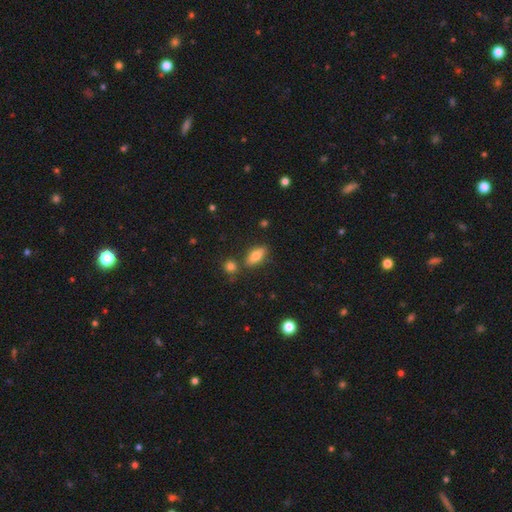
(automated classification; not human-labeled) A smooth galaxy with no disk features (78%) that is in between round and cigar-shaped (77%).

Vote fractions:
- Smooth or featured? smooth: 78% / featured or disk: 14% / star or artifact: 8%
- How rounded? in between: 77% / cigar-shaped: 20% / round: 4%
- Merging? none: 76% / minor disturbance: 13% / merger: 8% / major disturbance: 3%